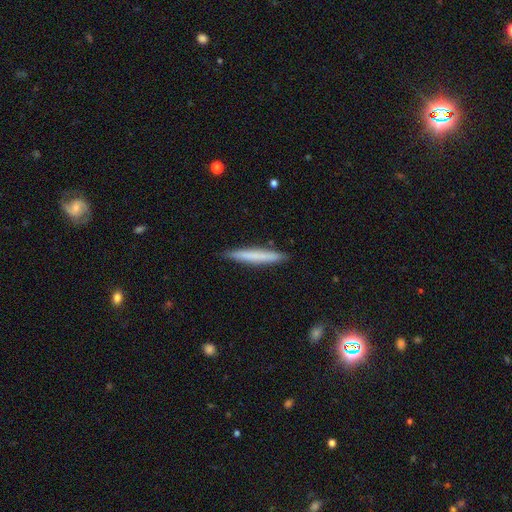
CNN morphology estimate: Smooth or featured? smooth (68%)
How rounded? cigar-shaped (96%)
Merging? none (90%)